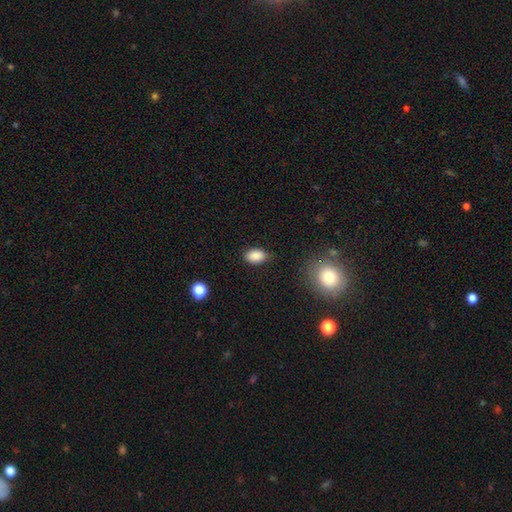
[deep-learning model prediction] Overall: smooth (87%). How rounded: in between (88%). Merging: none (82%).